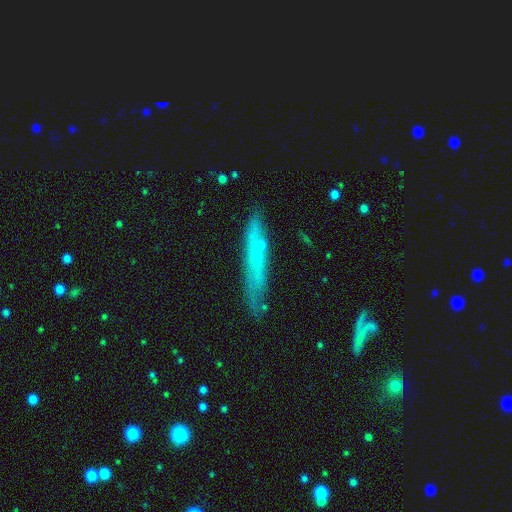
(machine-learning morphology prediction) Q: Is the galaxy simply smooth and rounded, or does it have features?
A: smooth — 48%.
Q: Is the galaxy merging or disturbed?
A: none — 74%.